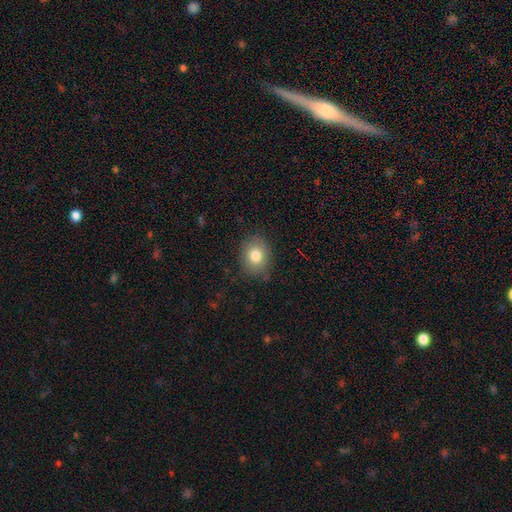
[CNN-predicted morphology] Overall: smooth (81%). How rounded: round (52%; in between 47%). Merging: none (82%).